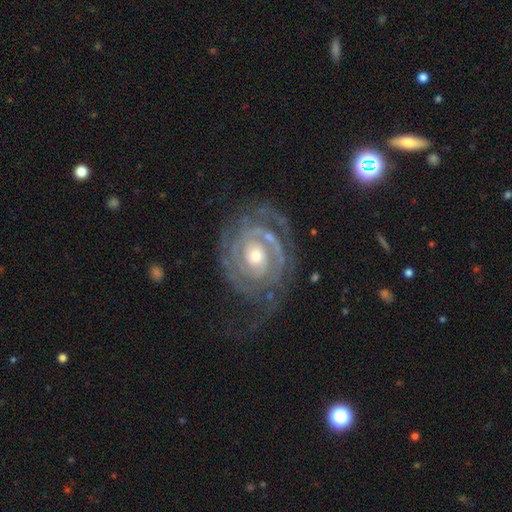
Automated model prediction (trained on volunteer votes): Smooth or featured? featured or disk (89%)
Edge-on disk? no (97%)
Bar? no (72%)
Spiral arms? yes (95%)
Spiral winding? tight (75%)
Spiral arm count? 2 (45%)
Bulge size? moderate (50%)
Merging? none (64%)